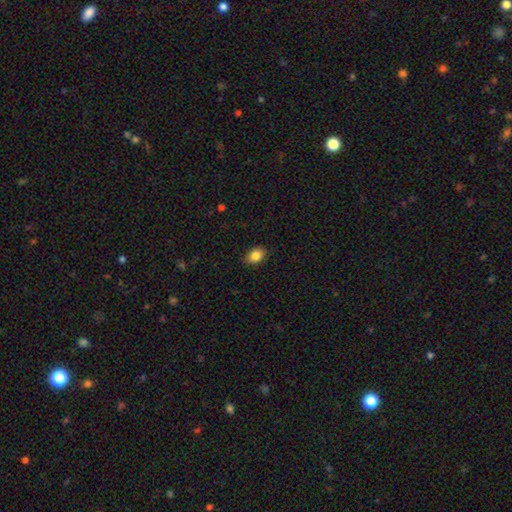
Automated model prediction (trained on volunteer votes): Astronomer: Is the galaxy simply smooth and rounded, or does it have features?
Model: smooth — 85%.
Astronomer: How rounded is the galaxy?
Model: in between — 81%.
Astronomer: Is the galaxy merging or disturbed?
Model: none — 86%.